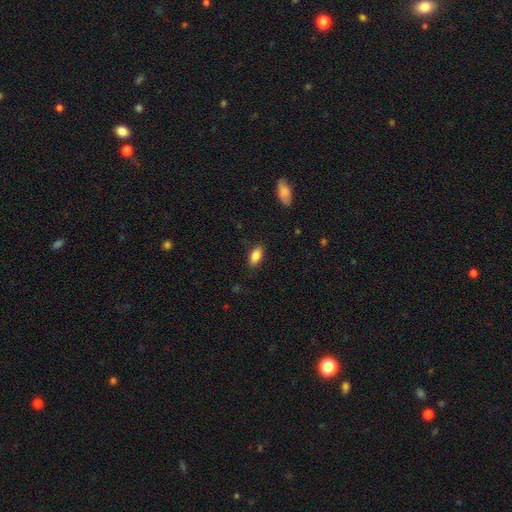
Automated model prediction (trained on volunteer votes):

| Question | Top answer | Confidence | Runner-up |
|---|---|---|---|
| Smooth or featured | smooth | 85% | star or artifact (8%) |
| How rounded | in between | 90% | cigar-shaped (5%) |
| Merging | none | 85% | minor disturbance (11%) |